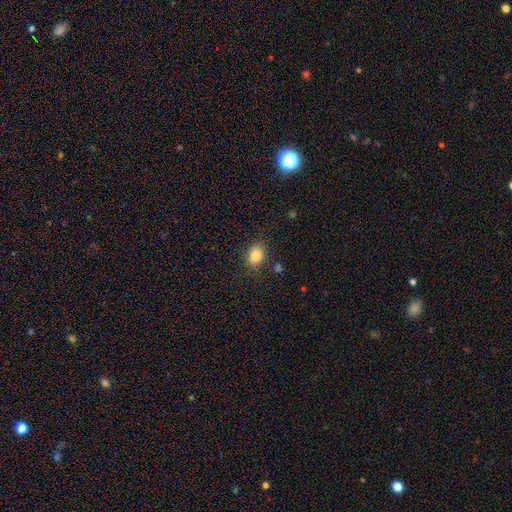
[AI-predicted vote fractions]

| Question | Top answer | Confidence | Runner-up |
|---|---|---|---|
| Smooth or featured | smooth | 82% | star or artifact (10%) |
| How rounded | in between | 66% | round (33%) |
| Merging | none | 79% | minor disturbance (14%) |